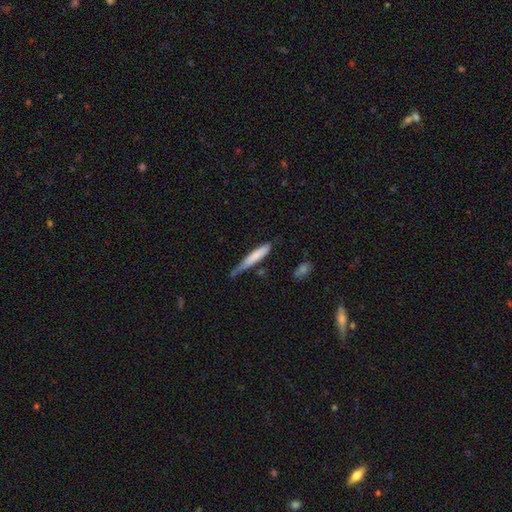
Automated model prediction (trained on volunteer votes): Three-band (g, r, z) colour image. It shows a smooth galaxy with no disk features (73%) that is cigar-shaped (91%). Merging: none (49%).